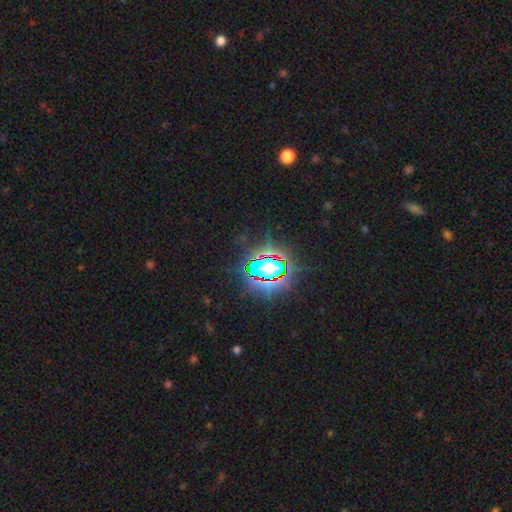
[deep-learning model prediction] Smooth or featured?
  - star or artifact: 79% *
  - smooth: 12%
  - featured or disk: 9%